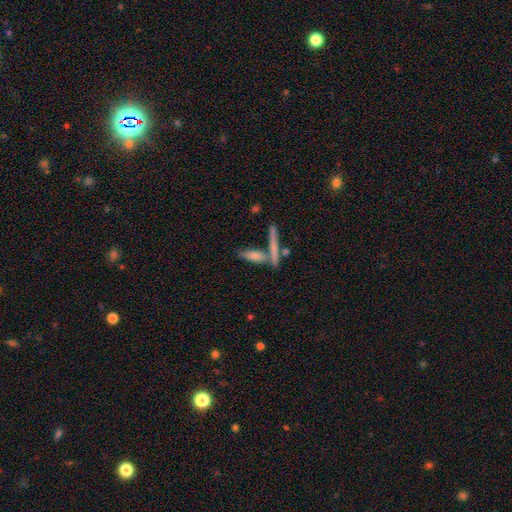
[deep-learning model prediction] smooth 50%, featured or disk 39%, star or artifact 11%. Down the decision tree: merging — none (58%).